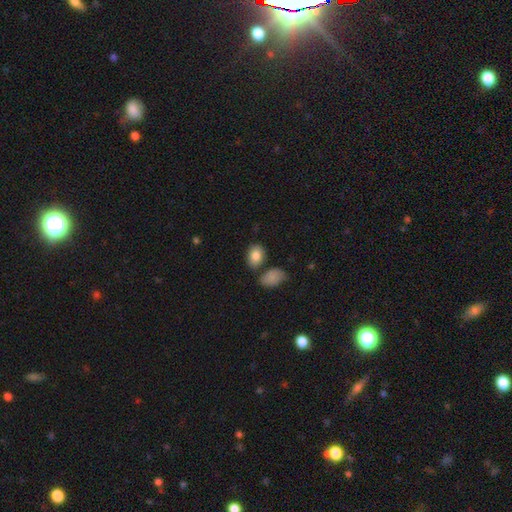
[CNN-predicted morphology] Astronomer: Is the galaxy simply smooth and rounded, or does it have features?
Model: smooth — 84%.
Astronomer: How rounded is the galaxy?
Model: in between — 79%.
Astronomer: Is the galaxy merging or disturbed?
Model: none — 68%.